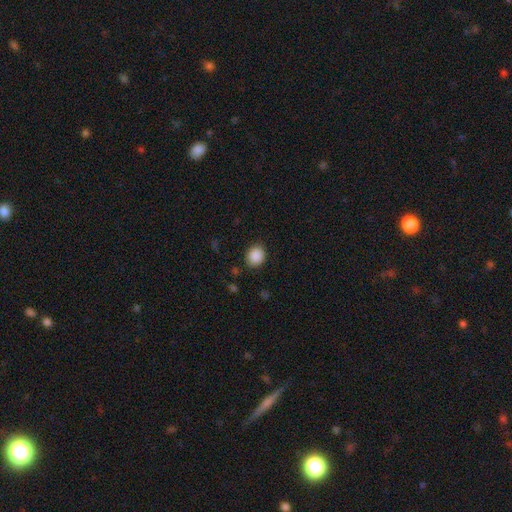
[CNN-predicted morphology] Q: Smooth or featured?
A: smooth (89%); runner-up: star or artifact (8%)
Q: How rounded?
A: round (70%); runner-up: in between (29%)
Q: Merging?
A: none (87%); runner-up: minor disturbance (9%)